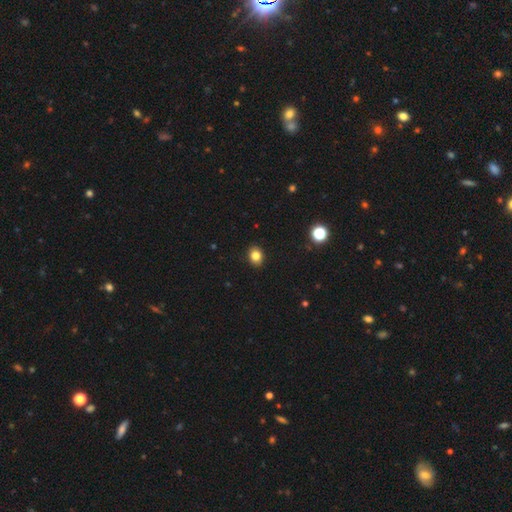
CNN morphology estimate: A smooth galaxy with no disk features (83%) that is round (50%). Merging: none (91%).